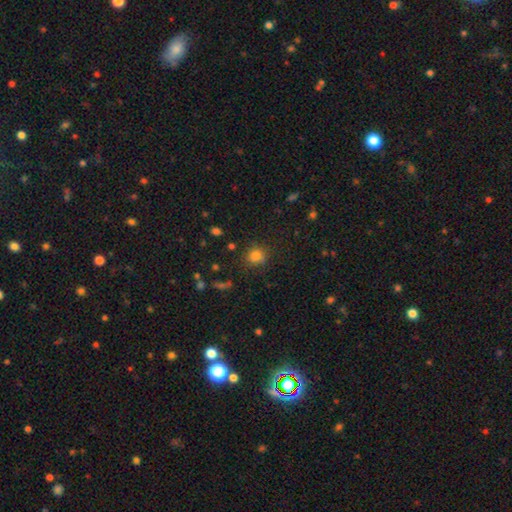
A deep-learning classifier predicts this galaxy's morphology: The model was most divided on "how rounded": round: 80%, in between: 19%, cigar-shaped: 1%. More confident: smooth or featured — smooth (80%); merging — none (77%).